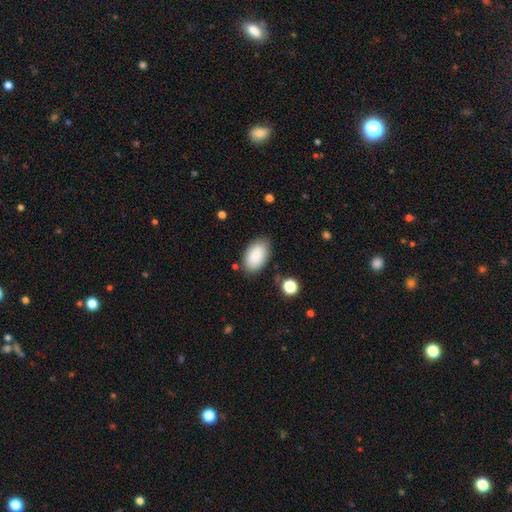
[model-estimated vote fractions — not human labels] This is clearly a smooth galaxy (89%). How rounded: clearly in between (95%). Merging: clearly none (83%).